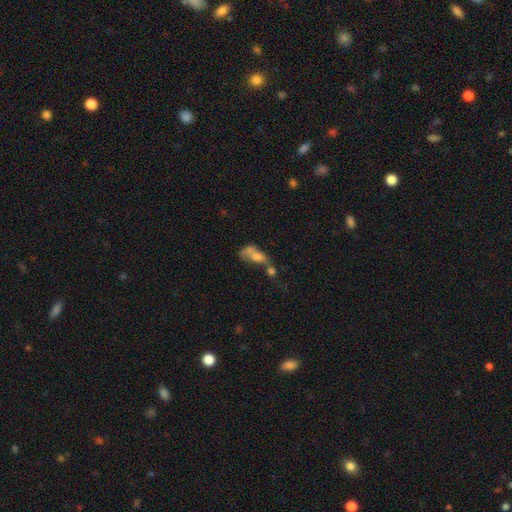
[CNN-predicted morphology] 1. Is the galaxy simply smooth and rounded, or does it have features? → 60% smooth, 27% featured or disk, 13% star or artifact.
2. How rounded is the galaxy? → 77% in between, 13% round, 11% cigar-shaped.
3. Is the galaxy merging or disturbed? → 58% merger, 17% major disturbance, 16% none, 9% minor disturbance.